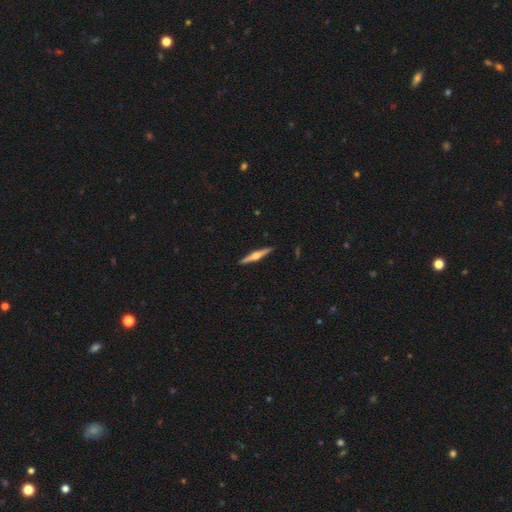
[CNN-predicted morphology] This is likely a featured or disk galaxy (73%). It is clearly viewed edge-on (98%). Edge-on bulge: clearly rounded (92%). Merging: clearly none (92%).